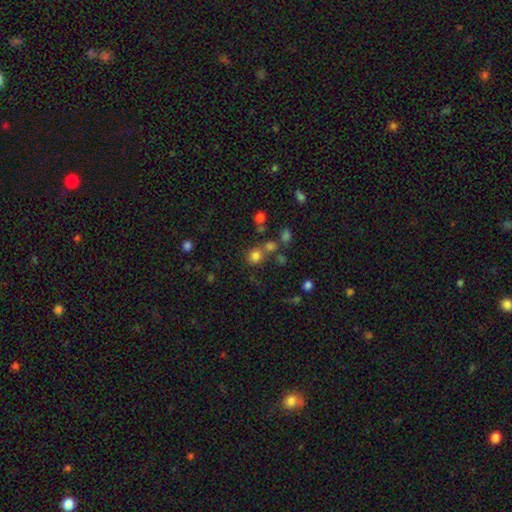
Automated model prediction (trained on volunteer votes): This is likely a smooth galaxy (76%). How rounded: clearly round (83%). Merging: likely none (66%).